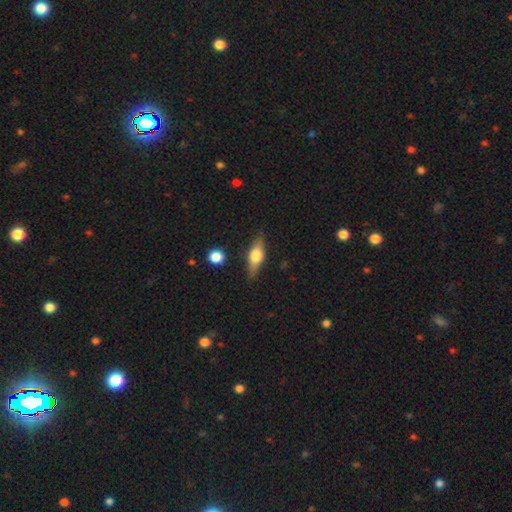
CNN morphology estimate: Smooth or featured? Predicted: smooth (p=0.47). Merging? Predicted: none (p=0.82).